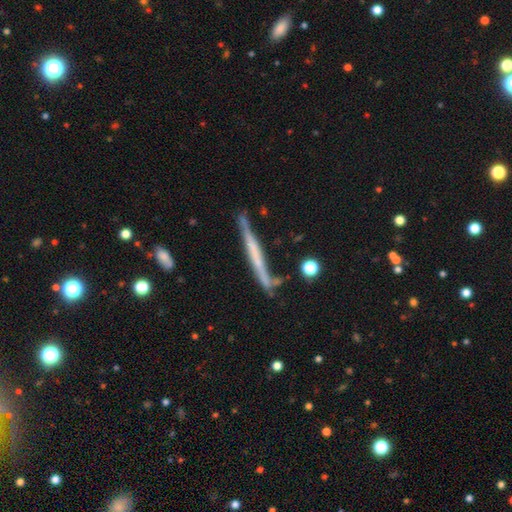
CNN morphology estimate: Smooth or featured? Predicted: featured or disk (p=0.60). Edge-on disk? Predicted: yes (p=0.93). Edge-on bulge? Predicted: none (p=0.76). Merging? Predicted: none (p=0.70).